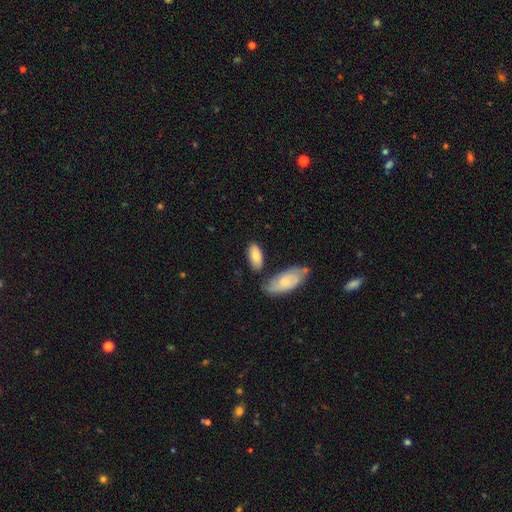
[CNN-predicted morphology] smooth_or_featured: smooth (p=0.77) [alt: featured or disk p=0.17]
how_rounded: in between (p=0.90) [alt: cigar-shaped p=0.08]
merging: none (p=0.65) [alt: minor disturbance p=0.18]